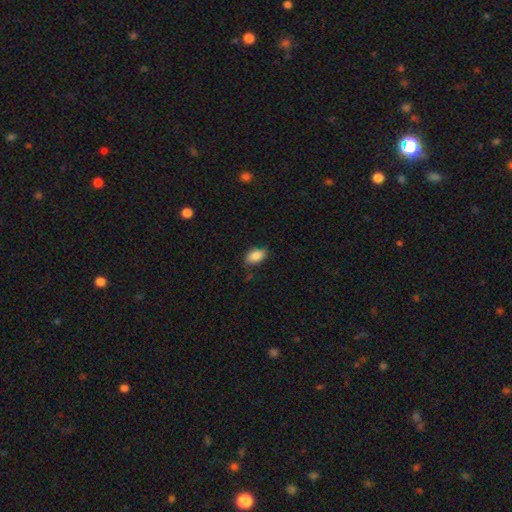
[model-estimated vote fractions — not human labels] Smooth or featured: smooth — 85% (star or artifact — 8%)
How rounded: in between — 89% (round — 8%)
Merging: none — 75% (minor disturbance — 20%)